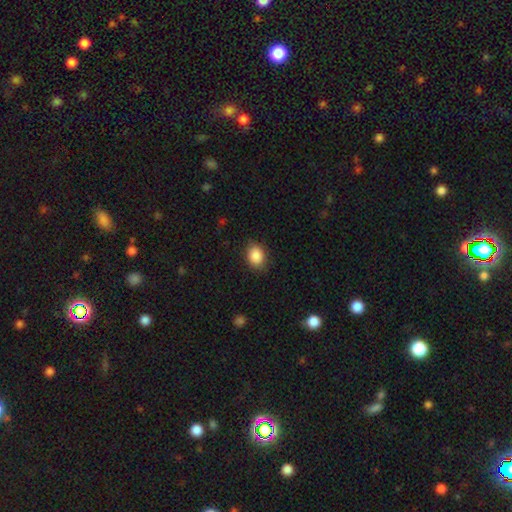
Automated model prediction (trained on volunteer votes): The model was most divided on "how rounded": in between: 67%, round: 32%, cigar-shaped: 1%. More confident: smooth or featured — smooth (88%); merging — none (83%).